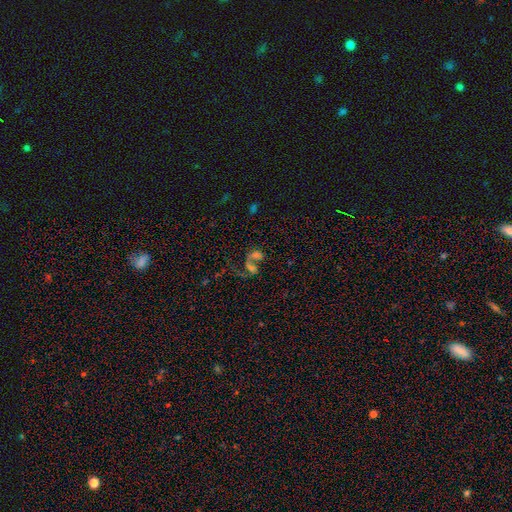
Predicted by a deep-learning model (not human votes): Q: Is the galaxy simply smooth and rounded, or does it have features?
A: featured or disk — 37%, tied with smooth.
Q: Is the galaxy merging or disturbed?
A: merger — 57%.